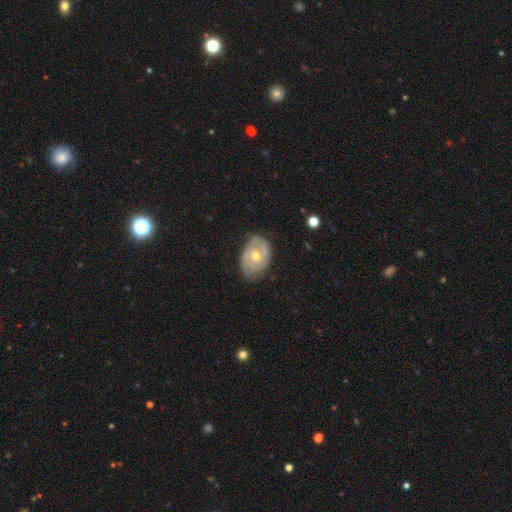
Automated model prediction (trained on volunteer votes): Smooth or featured: featured or disk — 77% (smooth — 17%)
Edge-on disk: no — 96% (yes — 4%)
Bar: no — 64% (weak — 30%)
Spiral arms: yes — 89% (no — 11%)
Spiral winding: tight — 60% (medium — 31%)
Spiral arm count: 2 — 58% (can't tell — 23%)
Bulge size: moderate — 59% (small — 38%)
Merging: none — 71% (minor disturbance — 23%)